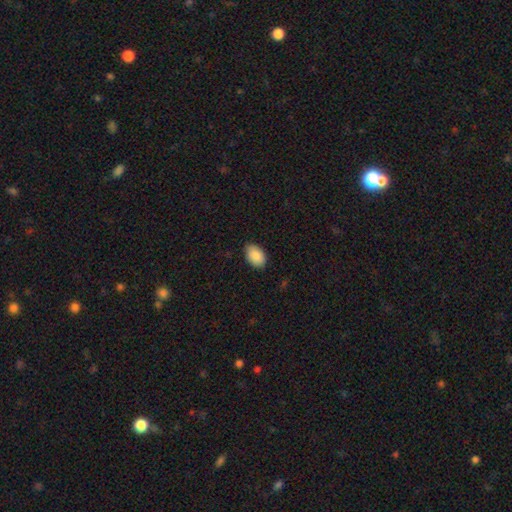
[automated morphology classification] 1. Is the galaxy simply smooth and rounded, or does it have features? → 89% smooth, 7% star or artifact, 4% featured or disk.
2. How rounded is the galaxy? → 91% in between, 8% round, 1% cigar-shaped.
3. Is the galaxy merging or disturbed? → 84% none, 12% minor disturbance, 2% major disturbance, 1% merger.